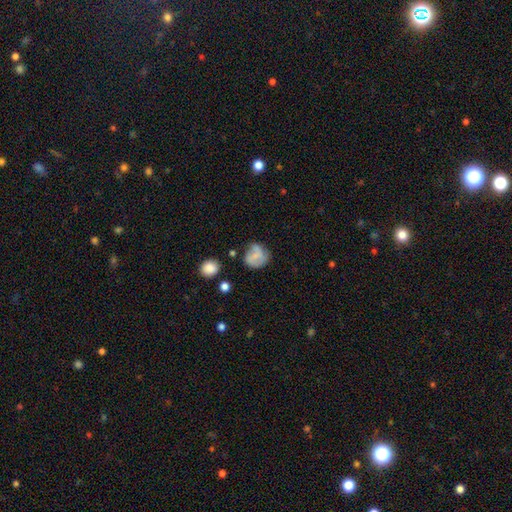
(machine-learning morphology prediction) Q: Smooth or featured?
A: smooth (63%); runner-up: featured or disk (27%)
Q: How rounded?
A: round (75%); runner-up: in between (24%)
Q: Merging?
A: none (54%); runner-up: minor disturbance (27%)